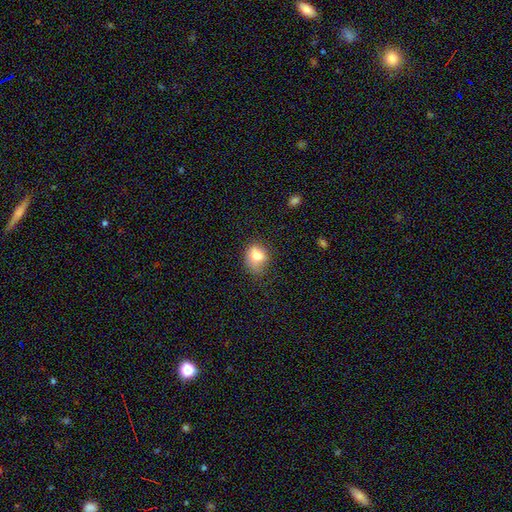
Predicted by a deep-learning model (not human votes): A smooth galaxy with no disk features (76%) that is in between round and cigar-shaped (52%).

Vote fractions:
- Smooth or featured? smooth: 76% / featured or disk: 13% / star or artifact: 10%
- How rounded? in between: 52% / round: 47% / cigar-shaped: 1%
- Merging? none: 51% / minor disturbance: 32% / major disturbance: 12% / merger: 4%